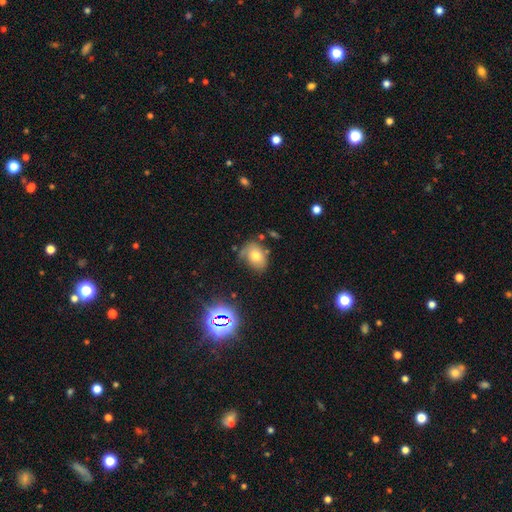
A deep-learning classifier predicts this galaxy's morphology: Smooth or featured: smooth — 68% (featured or disk — 18%)
How rounded: in between — 69% (round — 30%)
Merging: none — 60% (minor disturbance — 26%)